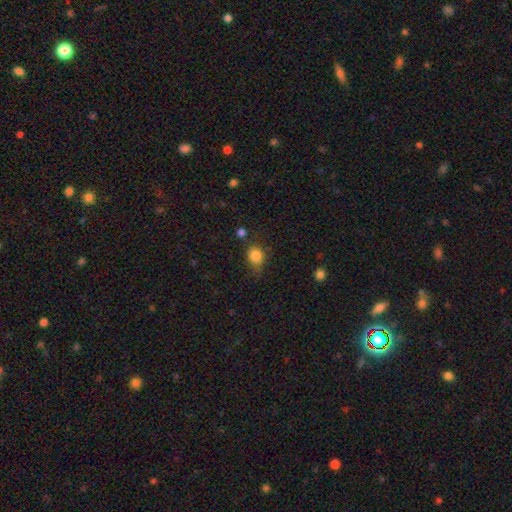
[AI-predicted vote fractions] Smooth or featured? Predicted: smooth (p=0.83). How rounded? Predicted: round (p=0.60). Merging? Predicted: none (p=0.58).